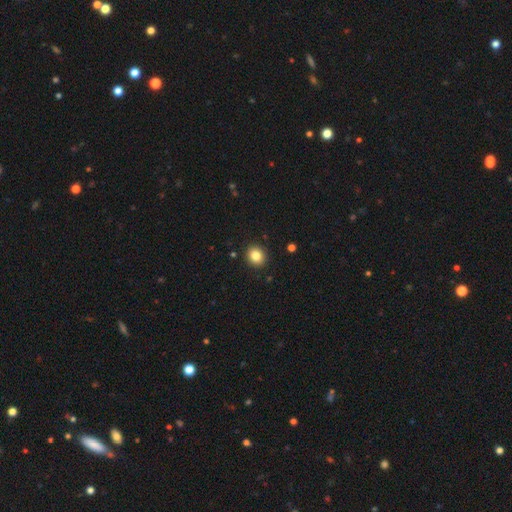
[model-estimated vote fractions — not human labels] Smooth or featured: smooth — 84% (star or artifact — 10%)
How rounded: round — 77% (in between — 22%)
Merging: none — 91% (minor disturbance — 6%)